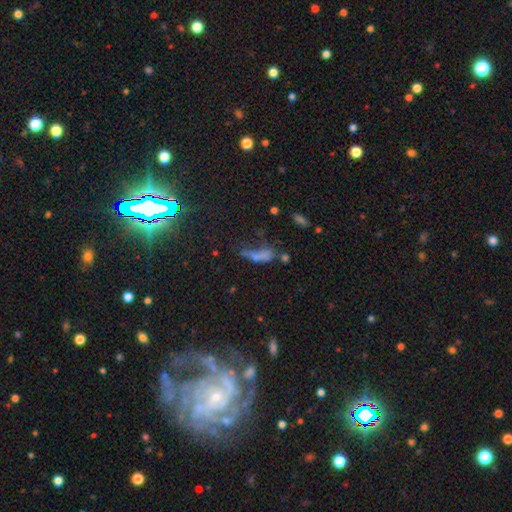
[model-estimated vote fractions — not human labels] smooth_or_featured: smooth (p=0.42) [alt: star or artifact p=0.35]
merging: none (p=0.32) [alt: major disturbance p=0.27]